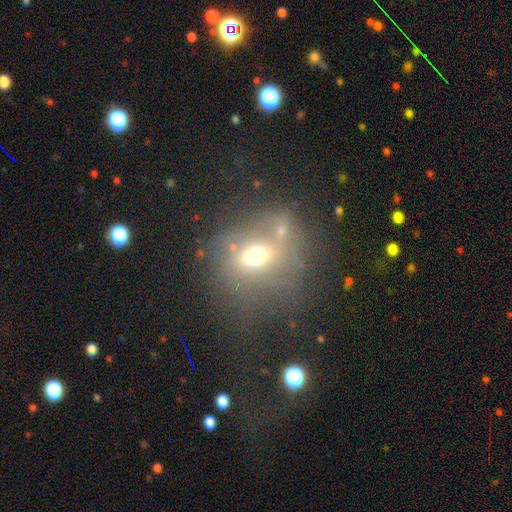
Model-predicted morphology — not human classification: A smooth galaxy with no disk features (55%) that is round (56%). Merging: none (42%).